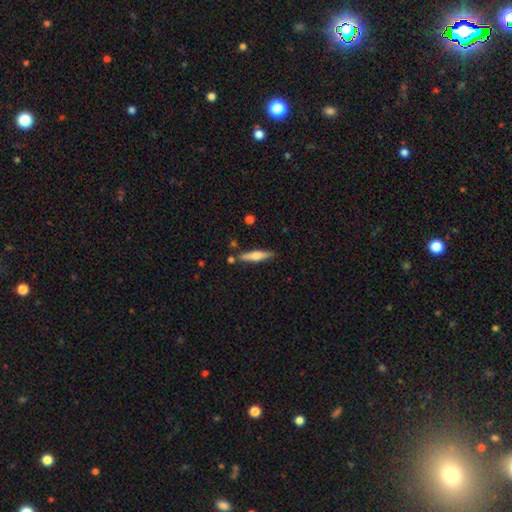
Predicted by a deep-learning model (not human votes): Morphology: type=smooth (54%); roundness=cigar-shaped (83%); merging=none (83%).